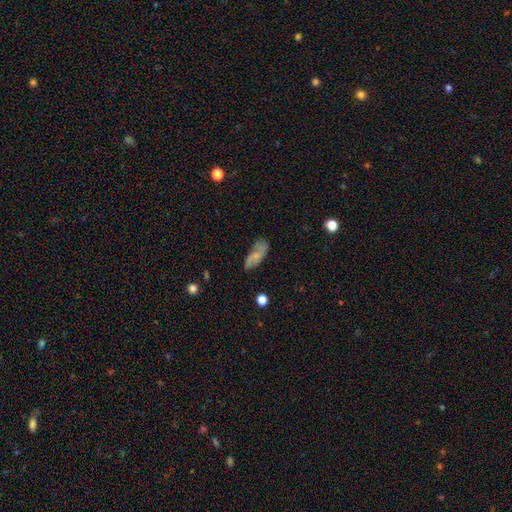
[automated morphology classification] A smooth galaxy with no disk features (52%) that is in between round and cigar-shaped (76%). Merging: none (64%).